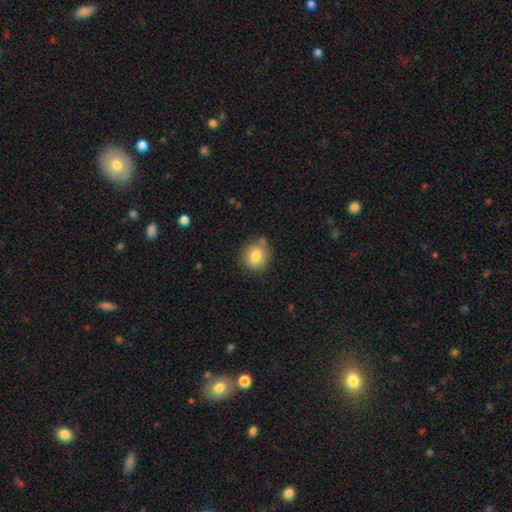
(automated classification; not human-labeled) Smooth or featured?
  - smooth: 80% *
  - featured or disk: 12%
  - star or artifact: 9%
How rounded?
  - round: 77% *
  - in between: 22%
  - cigar-shaped: 1%
Merging?
  - none: 74% *
  - minor disturbance: 17%
  - merger: 5%
  - major disturbance: 4%